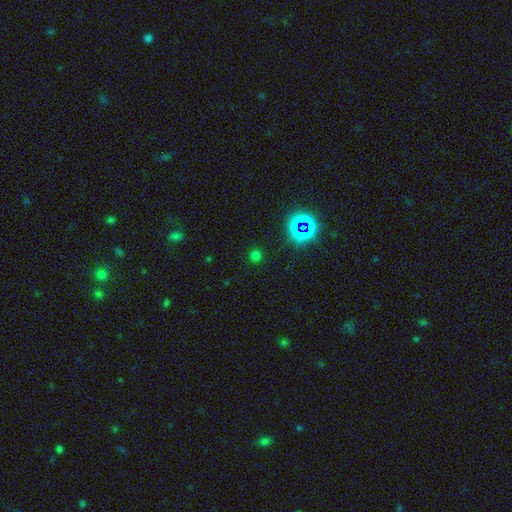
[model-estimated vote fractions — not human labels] Q: Smooth or featured?
A: smooth (57%); runner-up: star or artifact (37%)
Q: How rounded?
A: round (91%); runner-up: in between (8%)
Q: Merging?
A: none (85%); runner-up: minor disturbance (8%)